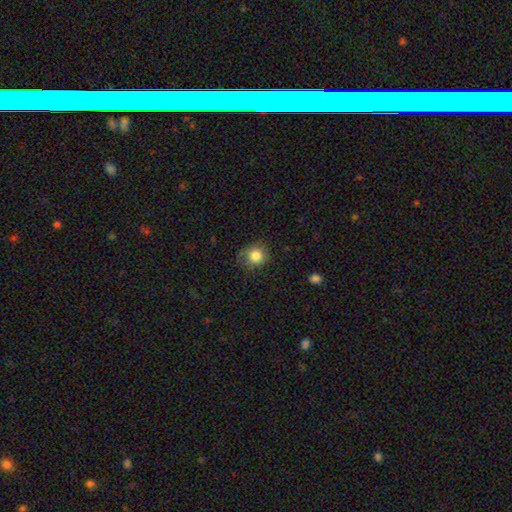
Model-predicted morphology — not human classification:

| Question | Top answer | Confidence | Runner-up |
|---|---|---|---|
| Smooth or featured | smooth | 84% | star or artifact (9%) |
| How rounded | round | 84% | in between (15%) |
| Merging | none | 67% | minor disturbance (24%) |